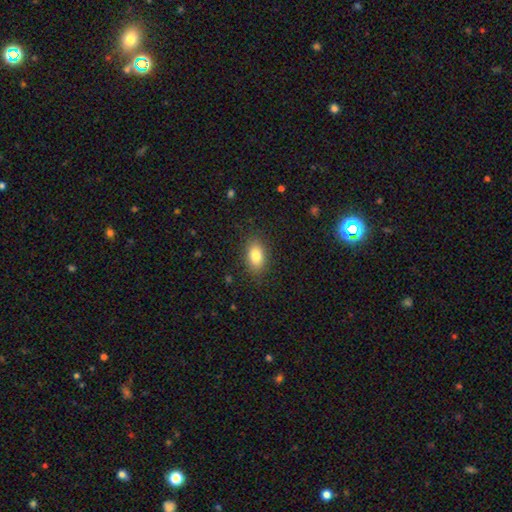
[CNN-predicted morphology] Smooth or featured? Predicted: smooth (p=0.81). How rounded? Predicted: in between (p=0.87). Merging? Predicted: none (p=0.87).